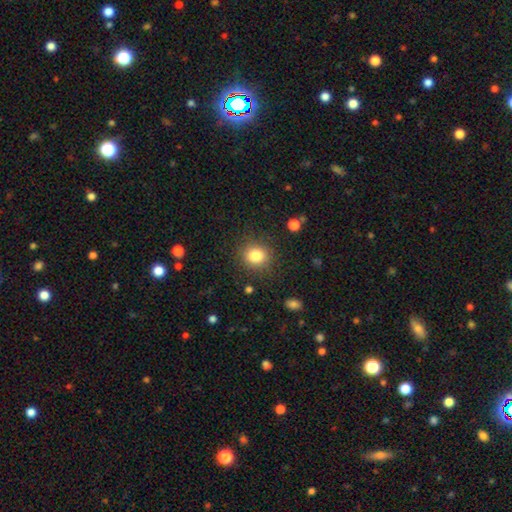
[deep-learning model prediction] Smooth or featured? Predicted: smooth (p=0.82). How rounded? Predicted: round (p=0.84). Merging? Predicted: none (p=0.87).